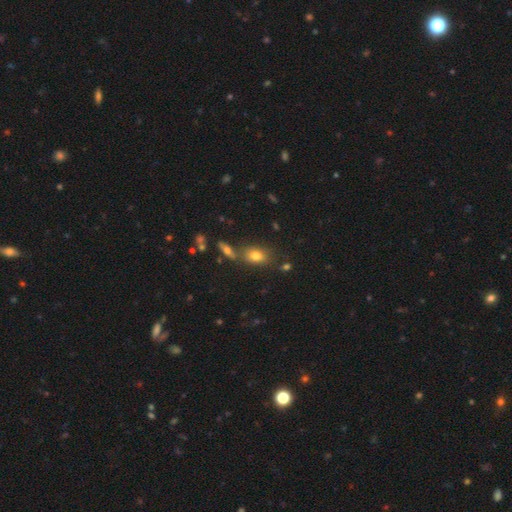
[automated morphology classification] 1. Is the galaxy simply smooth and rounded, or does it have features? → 76% smooth, 12% featured or disk, 11% star or artifact.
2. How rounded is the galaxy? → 77% in between, 20% round, 3% cigar-shaped.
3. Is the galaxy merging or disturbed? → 66% none, 17% merger, 13% minor disturbance, 4% major disturbance.